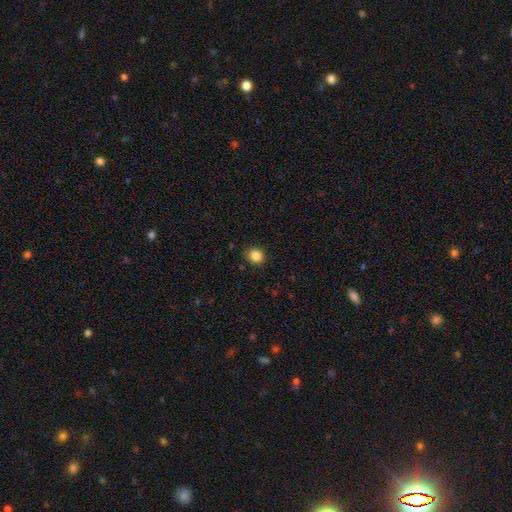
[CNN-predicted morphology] A smooth galaxy with no disk features (85%) that is round (80%).

Vote fractions:
- Smooth or featured? smooth: 85% / star or artifact: 11% / featured or disk: 4%
- How rounded? round: 80% / in between: 19% / cigar-shaped: 1%
- Merging? none: 88% / minor disturbance: 9% / major disturbance: 2% / merger: 1%